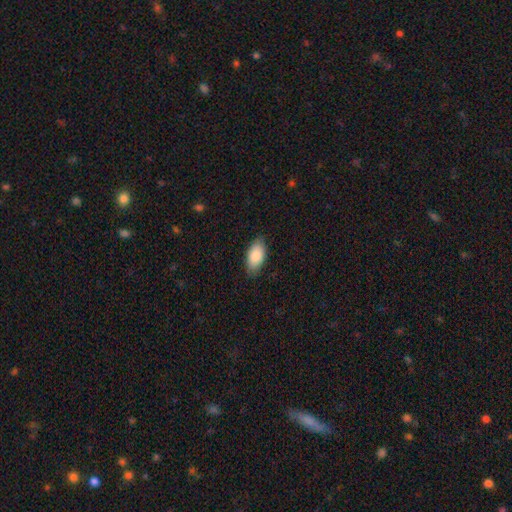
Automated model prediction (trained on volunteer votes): This is clearly a smooth galaxy (87%). How rounded: clearly in between (94%). Merging: clearly none (84%).